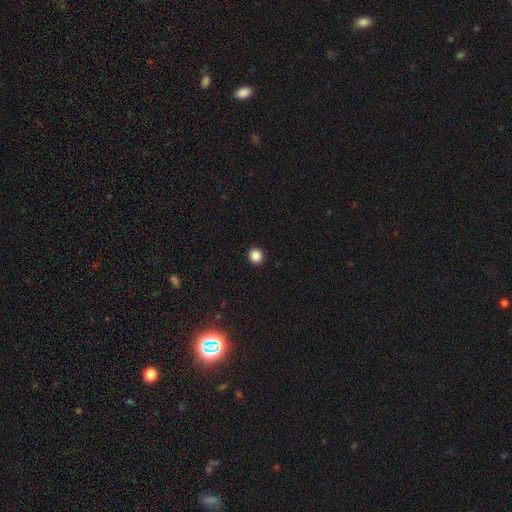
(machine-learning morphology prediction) type=smooth (87%); roundness=round (93%); merging=none (93%).